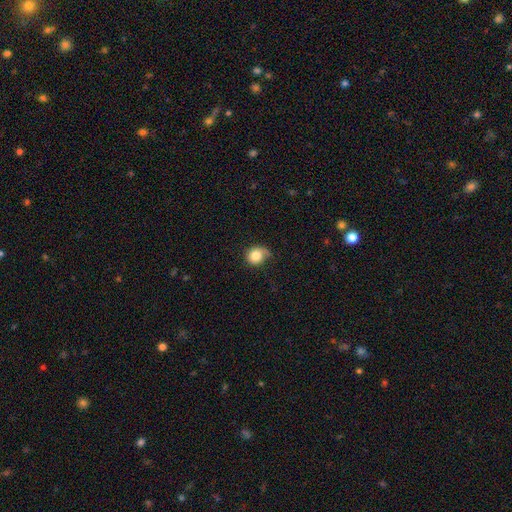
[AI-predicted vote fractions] smooth 81%, featured or disk 11%, star or artifact 8%. Down the decision tree: how rounded — round (75%); merging — none (50%).